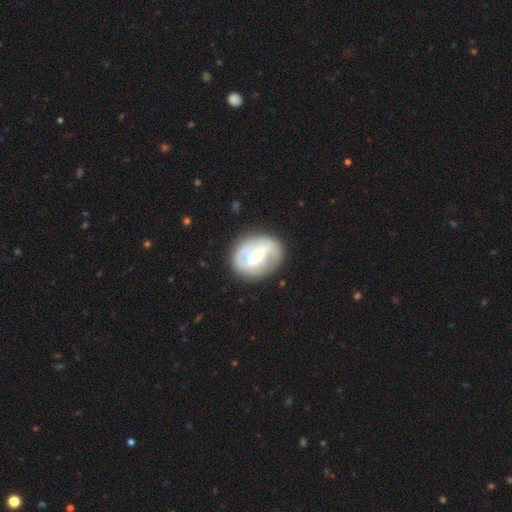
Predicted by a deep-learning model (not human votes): Smooth or featured: featured or disk — 71% (smooth — 23%)
Edge-on disk: no — 97% (yes — 3%)
Bar: weak — 44% (strong — 32%)
Spiral arms: yes — 80% (no — 20%)
Spiral winding: medium — 39% (tight — 36%)
Spiral arm count: 2 — 62% (can't tell — 20%)
Bulge size: small — 44% (moderate — 39%)
Merging: none — 69% (minor disturbance — 18%)